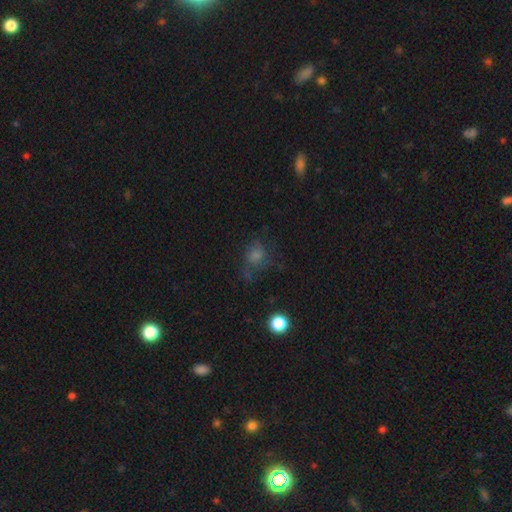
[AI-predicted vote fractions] Q: Smooth or featured?
A: smooth (48%); runner-up: star or artifact (28%)
Q: Merging?
A: none (56%); runner-up: minor disturbance (21%)